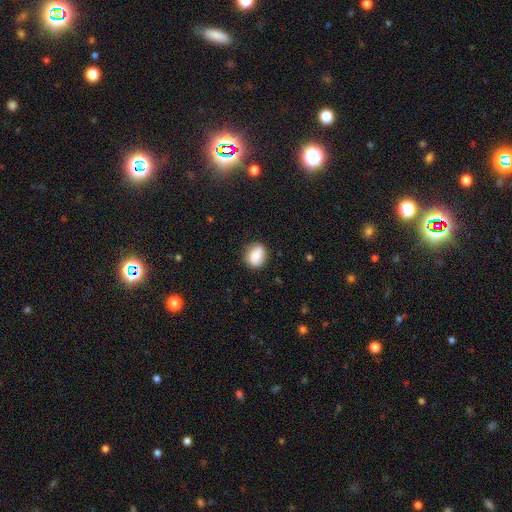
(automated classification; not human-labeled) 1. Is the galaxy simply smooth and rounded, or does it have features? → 78% smooth, 14% featured or disk, 8% star or artifact.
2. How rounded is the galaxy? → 59% round, 40% in between, 1% cigar-shaped.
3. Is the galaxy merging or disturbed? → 82% none, 14% minor disturbance, 3% major disturbance, 1% merger.